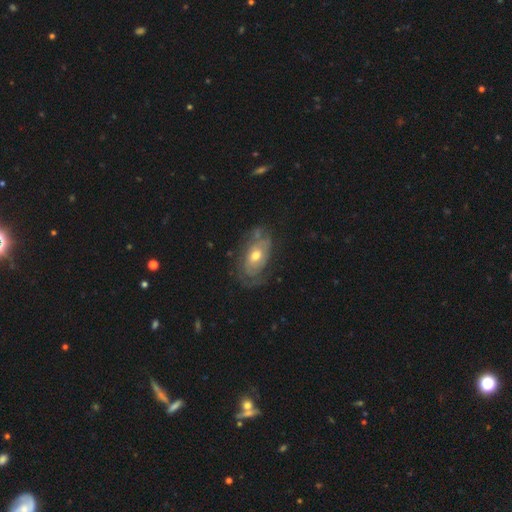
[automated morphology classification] smooth_or_featured: featured or disk (p=0.67) [alt: smooth p=0.26]
disk_edge_on: no (p=0.93) [alt: yes p=0.07]
bar: no (p=0.75) [alt: weak p=0.21]
has_spiral_arms: yes (p=0.71) [alt: no p=0.29]
bulge_size: moderate (p=0.73) [alt: small p=0.16]
merging: none (p=0.57) [alt: minor disturbance p=0.26]